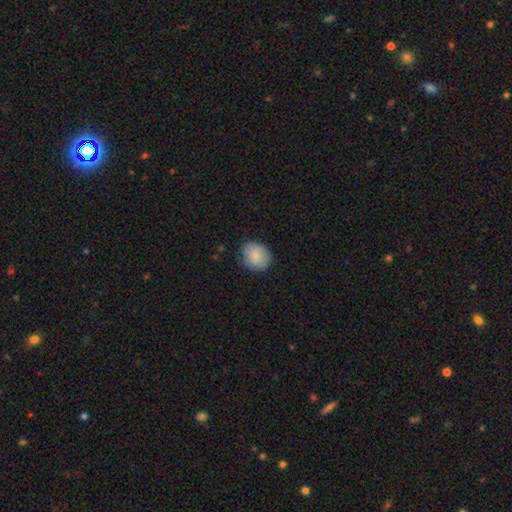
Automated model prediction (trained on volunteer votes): Smooth or featured? smooth (83%)
How rounded? round (69%)
Merging? none (80%)